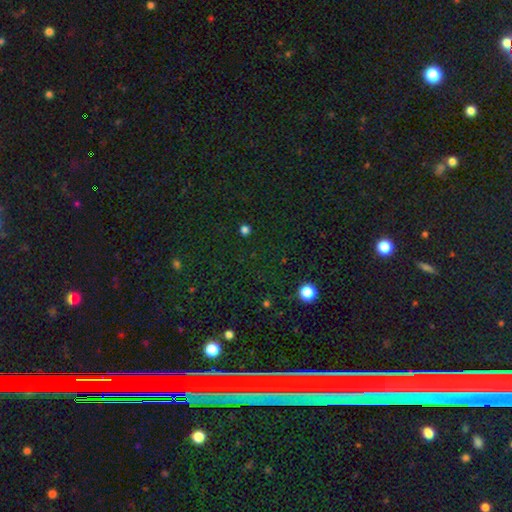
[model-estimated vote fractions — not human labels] This appears to be a star or artifact, not a galaxy (82%).